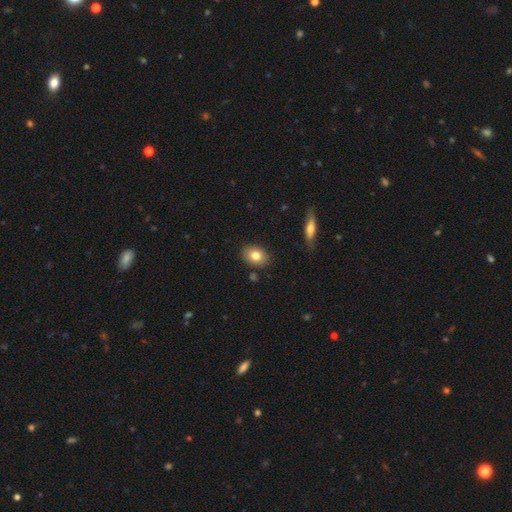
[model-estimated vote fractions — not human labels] This appears to be a smooth galaxy with no disk features (80%) that is in between round and cigar-shaped (67%). Merging: none (86%).